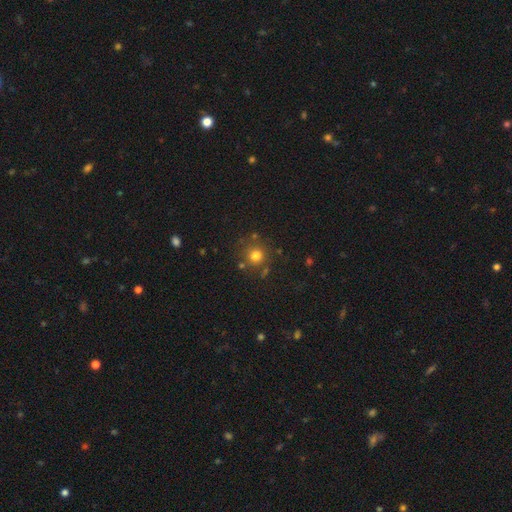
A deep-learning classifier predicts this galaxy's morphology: smooth-or-featured: smooth: 77% | star or artifact: 16% | featured or disk: 7%
  how-rounded: round: 92% | in between: 7% | cigar-shaped: 1%
  merging: none: 79% | minor disturbance: 10% | merger: 7% | major disturbance: 4%